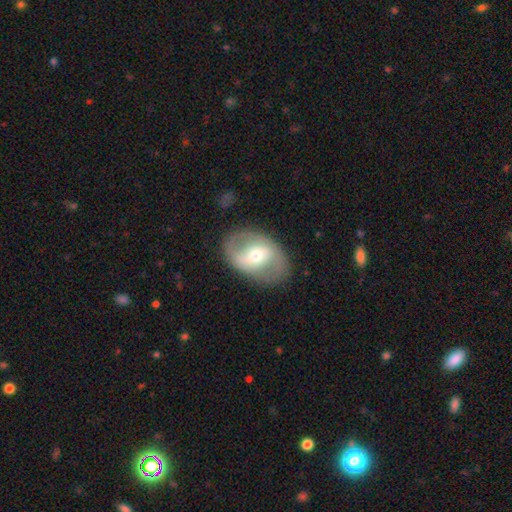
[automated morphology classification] Smooth or featured?
  - featured or disk: 67% *
  - smooth: 27%
  - star or artifact: 6%
Edge-on disk?
  - no: 94% *
  - yes: 6%
Bar?
  - weak: 36% *
  - no: 34%
  - strong: 30%
Spiral arms?
  - yes: 66% *
  - no: 34%
Bulge size?
  - moderate: 51% *
  - small: 40%
  - large: 6%
  - dominant: 1%
  - none: 1%
Merging?
  - none: 80% *
  - minor disturbance: 12%
  - major disturbance: 7%
  - merger: 1%